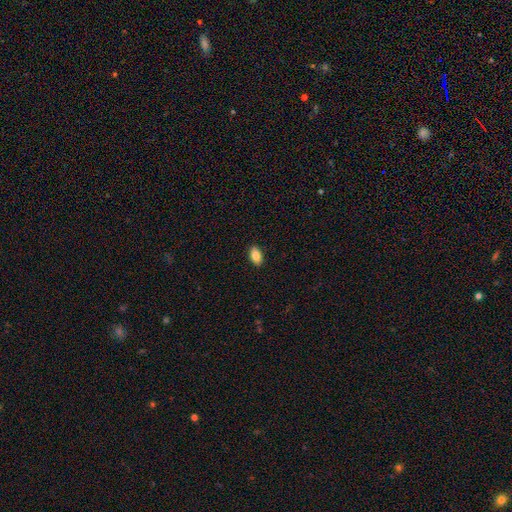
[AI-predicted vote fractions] smooth-or-featured: smooth: 85% | featured or disk: 8% | star or artifact: 7%
  how-rounded: in between: 92% | round: 6% | cigar-shaped: 3%
  merging: none: 90% | minor disturbance: 7% | major disturbance: 2% | merger: 1%